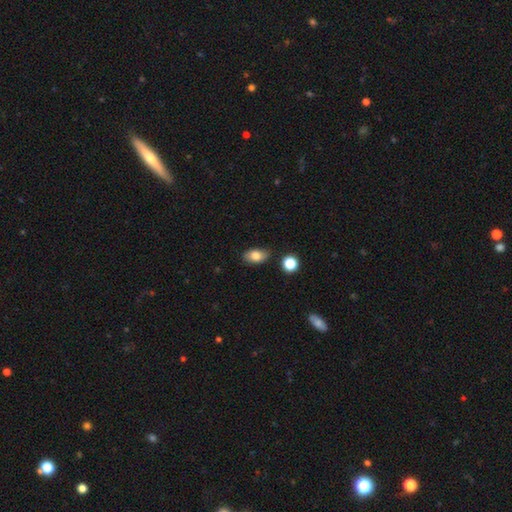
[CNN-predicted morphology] smooth 81%, featured or disk 11%, star or artifact 9%. Down the decision tree: how rounded — in between (88%); merging — none (79%).